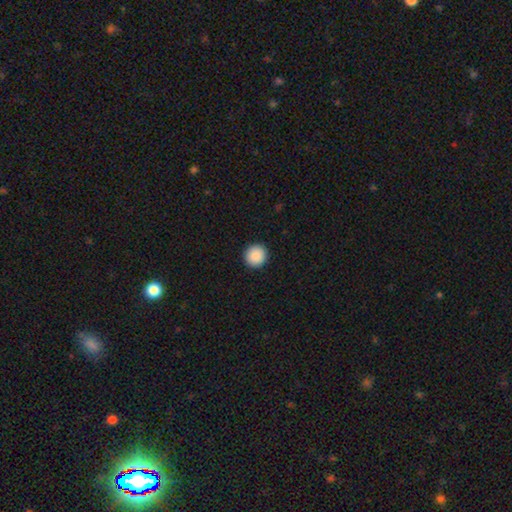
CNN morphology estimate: Smooth or featured? Predicted: smooth (p=0.90). How rounded? Predicted: round (p=0.95). Merging? Predicted: none (p=0.94).